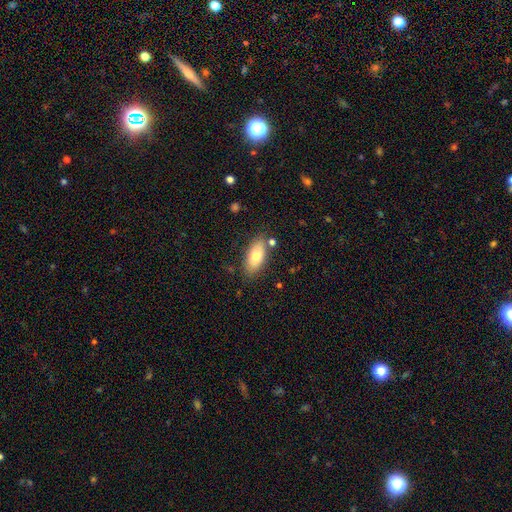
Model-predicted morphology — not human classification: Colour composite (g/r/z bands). It shows a smooth galaxy with no disk features (73%) that is in between round and cigar-shaped (86%). Merging: none (80%).